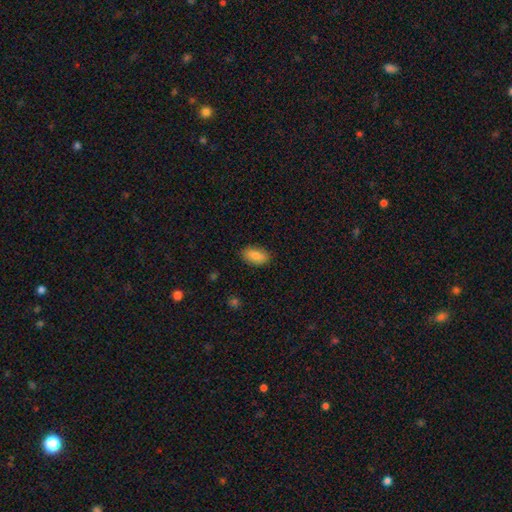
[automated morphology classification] type=smooth (84%); roundness=in between (92%); merging=none (88%).